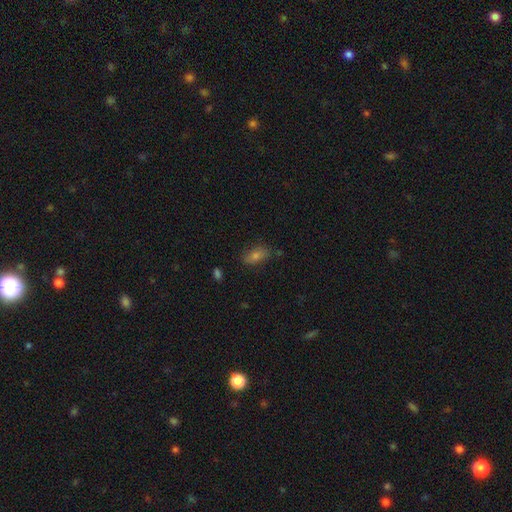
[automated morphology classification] smooth_or_featured: smooth (p=0.63) [alt: featured or disk p=0.19]
how_rounded: in between (p=0.80) [alt: cigar-shaped p=0.10]
merging: none (p=0.78) [alt: minor disturbance p=0.16]